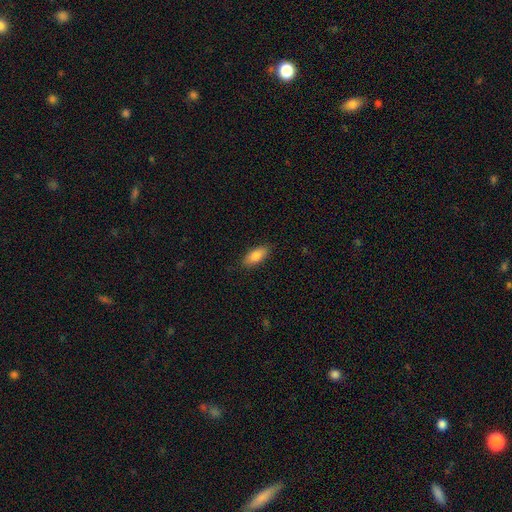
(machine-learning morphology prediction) Q: Smooth or featured?
A: smooth (84%); runner-up: featured or disk (10%)
Q: How rounded?
A: in between (83%); runner-up: cigar-shaped (14%)
Q: Merging?
A: none (86%); runner-up: minor disturbance (11%)